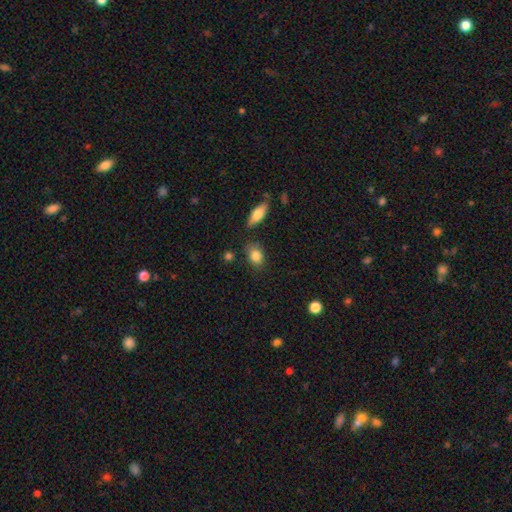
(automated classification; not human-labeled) Q: Smooth or featured?
A: smooth (85%); runner-up: star or artifact (8%)
Q: How rounded?
A: in between (65%); runner-up: round (33%)
Q: Merging?
A: none (75%); runner-up: minor disturbance (16%)